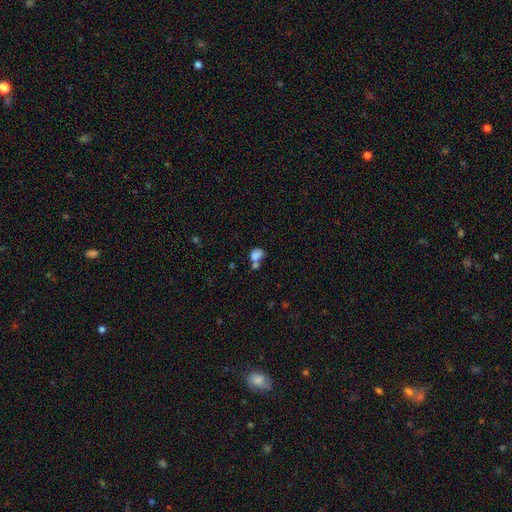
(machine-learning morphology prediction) The model was most divided on "merging": merger: 49%, none: 31%, minor disturbance: 12%, major disturbance: 7%. More confident: smooth or featured — smooth (79%); how rounded — in between (71%).